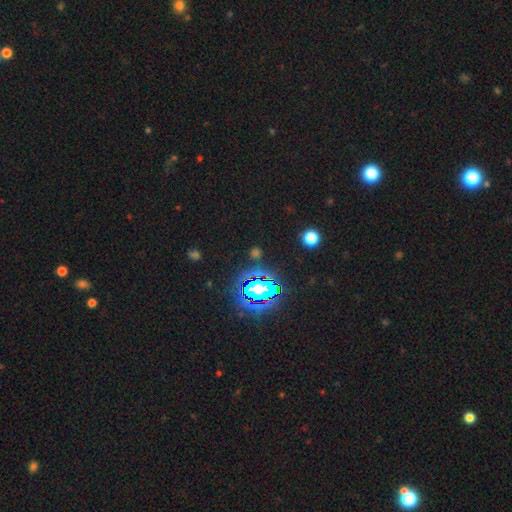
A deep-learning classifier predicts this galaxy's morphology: Smooth or featured? Predicted: star or artifact (p=0.72).